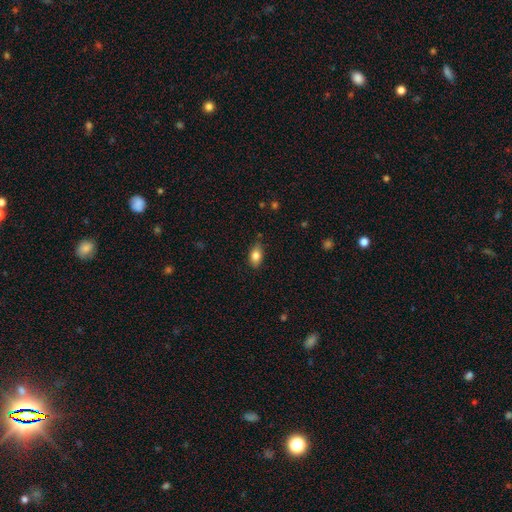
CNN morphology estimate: Overall: smooth (82%). How rounded: in between (86%). Merging: none (79%).